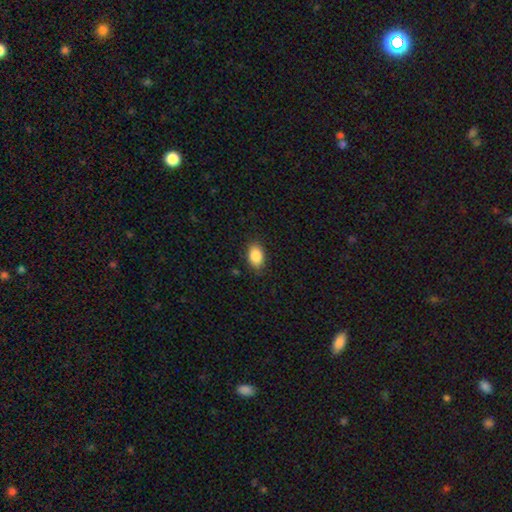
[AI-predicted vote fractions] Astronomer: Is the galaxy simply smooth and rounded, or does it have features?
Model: smooth — 88%.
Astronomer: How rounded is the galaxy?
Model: in between — 88%.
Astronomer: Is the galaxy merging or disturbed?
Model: none — 86%.